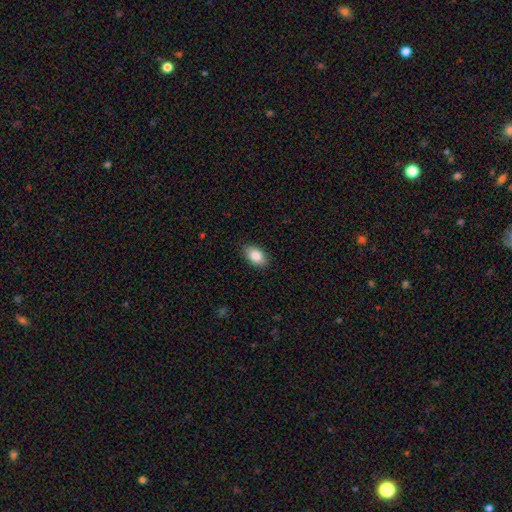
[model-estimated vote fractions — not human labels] The model was most divided on "merging": none: 87%, minor disturbance: 10%, major disturbance: 2%, merger: 1%. More confident: how rounded — in between (91%); smooth or featured — smooth (87%).